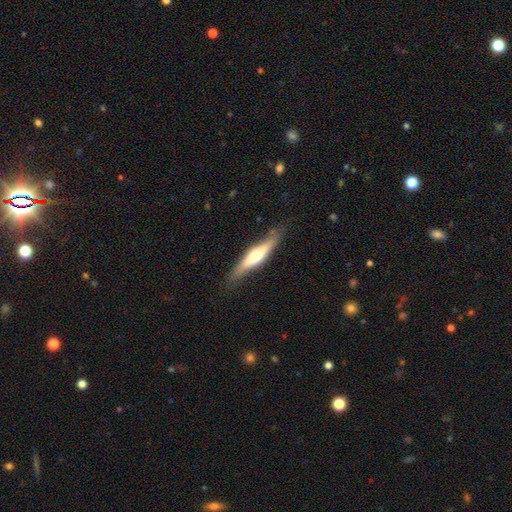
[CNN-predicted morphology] Smooth or featured? featured or disk (59%)
Edge-on disk? yes (89%)
Edge-on bulge? rounded (89%)
Merging? none (79%)